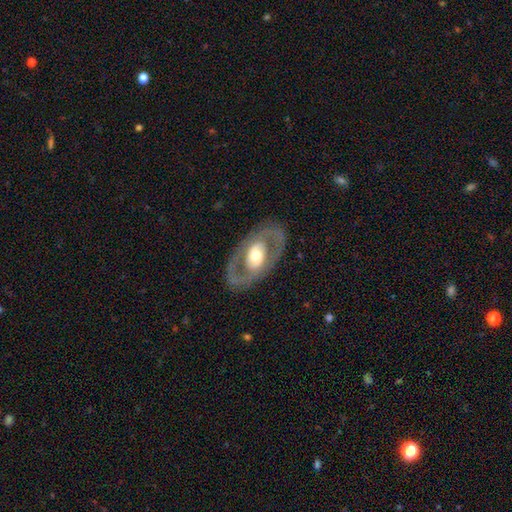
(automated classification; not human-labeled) A featured or disk galaxy (72%) with no bar (67%), no spiral arms (60%) and a moderate central bulge (63%). Merging: none (81%).